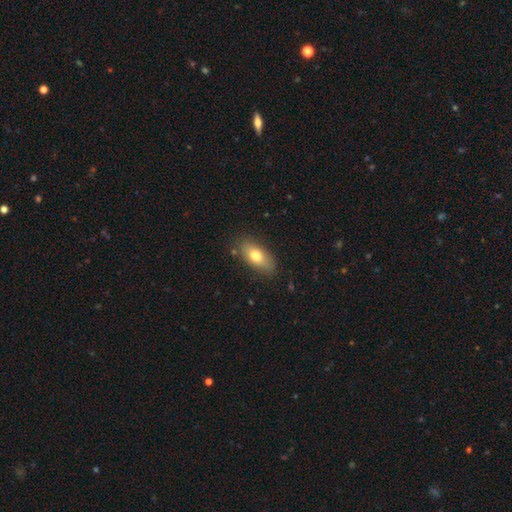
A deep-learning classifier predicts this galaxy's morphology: smooth_or_featured: smooth (p=0.75) [alt: featured or disk p=0.18]
how_rounded: in between (p=0.87) [alt: cigar-shaped p=0.08]
merging: none (p=0.81) [alt: minor disturbance p=0.14]